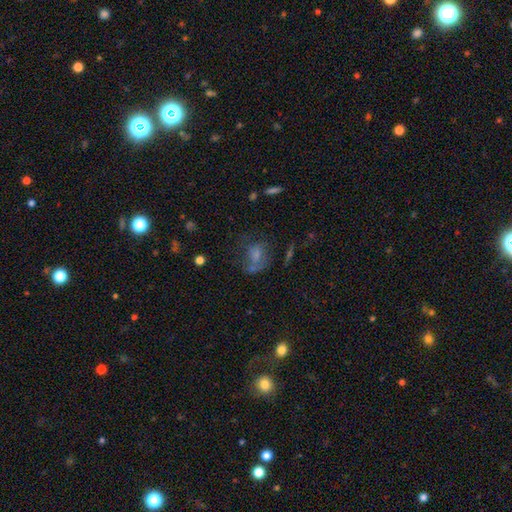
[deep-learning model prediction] smooth_or_featured: smooth (p=0.47) [alt: featured or disk p=0.33]
merging: none (p=0.39) [alt: major disturbance p=0.32]